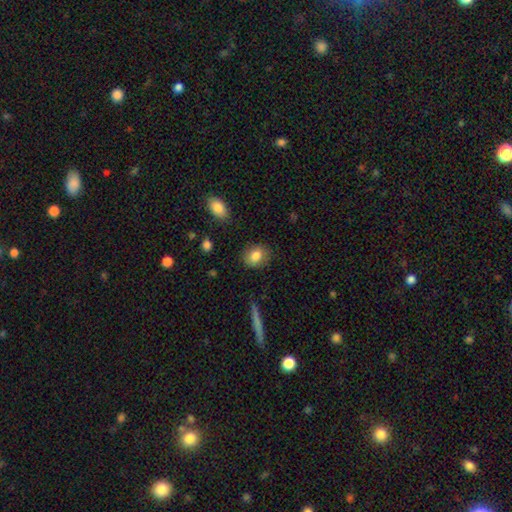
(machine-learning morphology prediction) type=smooth (83%); roundness=in between (56%); merging=none (83%).